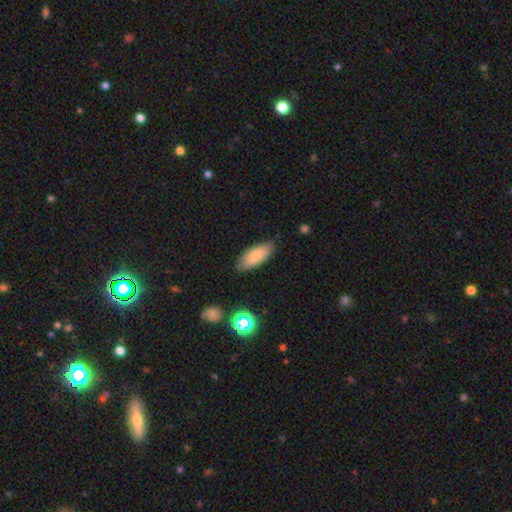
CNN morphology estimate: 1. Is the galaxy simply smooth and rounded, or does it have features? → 78% smooth, 15% featured or disk, 7% star or artifact.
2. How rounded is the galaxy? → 79% in between, 19% cigar-shaped, 2% round.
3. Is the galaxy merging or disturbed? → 81% none, 15% minor disturbance, 3% major disturbance, 1% merger.